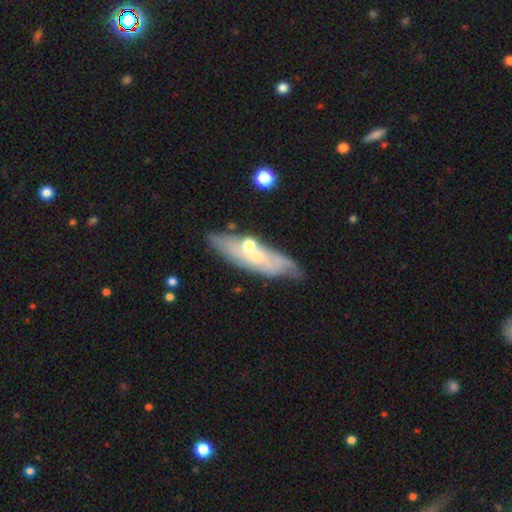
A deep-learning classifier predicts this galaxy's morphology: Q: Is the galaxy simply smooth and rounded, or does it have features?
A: featured or disk — 54%.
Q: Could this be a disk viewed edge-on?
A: no — 70%.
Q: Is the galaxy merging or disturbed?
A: none — 58%.